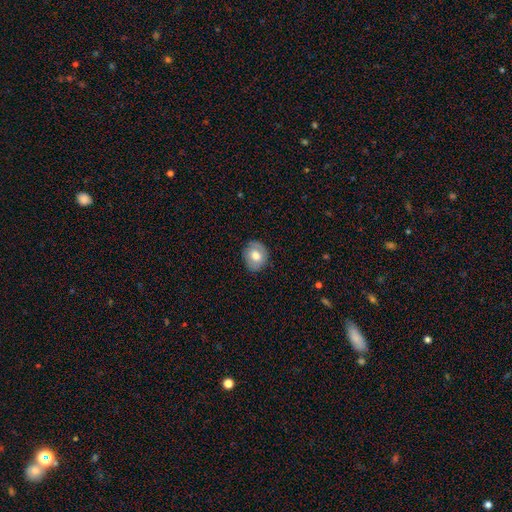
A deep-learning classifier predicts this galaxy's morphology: Q: Smooth or featured?
A: smooth (69%); runner-up: featured or disk (23%)
Q: How rounded?
A: round (64%); runner-up: in between (35%)
Q: Merging?
A: none (82%); runner-up: minor disturbance (14%)